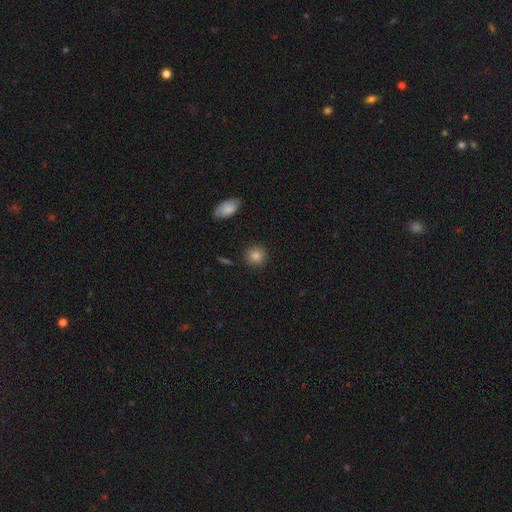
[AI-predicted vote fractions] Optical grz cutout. It shows a smooth galaxy with no disk features (84%) that is round (89%). Merging: none (89%).